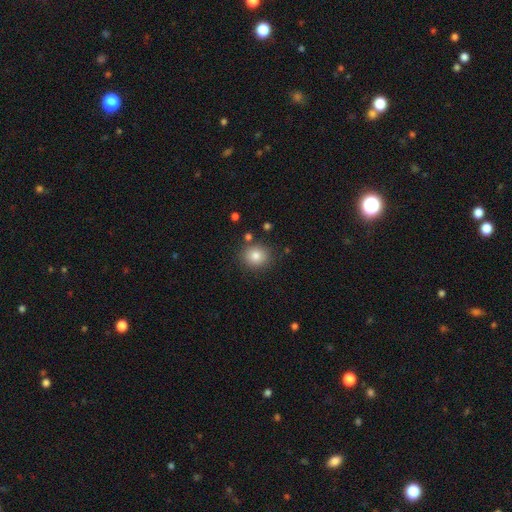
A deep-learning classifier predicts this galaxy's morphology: Smooth or featured? Predicted: smooth (p=0.82). How rounded? Predicted: round (p=0.80). Merging? Predicted: none (p=0.84).